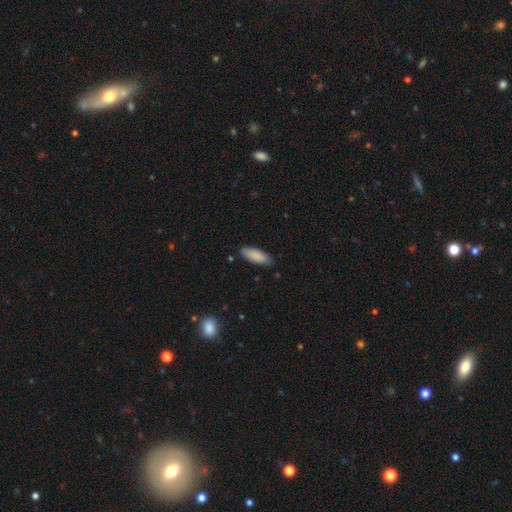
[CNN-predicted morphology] Q: Smooth or featured?
A: smooth (88%); runner-up: featured or disk (6%)
Q: How rounded?
A: in between (66%); runner-up: cigar-shaped (33%)
Q: Merging?
A: none (85%); runner-up: minor disturbance (12%)